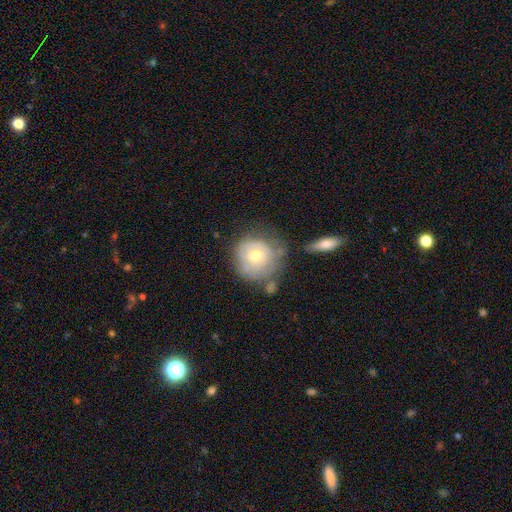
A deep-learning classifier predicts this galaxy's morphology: This is possibly a smooth galaxy (55%). How rounded: clearly round (90%). Merging: possibly none (54%).